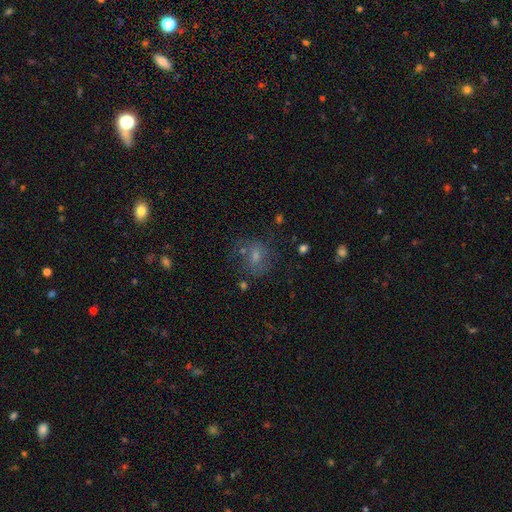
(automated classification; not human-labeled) smooth_or_featured: smooth (p=0.49) [alt: featured or disk p=0.29]
merging: none (p=0.60) [alt: minor disturbance p=0.19]